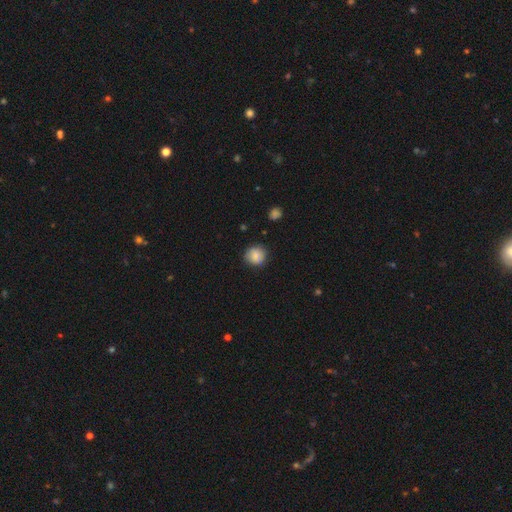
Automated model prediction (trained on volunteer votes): Q: Smooth or featured?
A: smooth (85%); runner-up: star or artifact (9%)
Q: How rounded?
A: round (88%); runner-up: in between (11%)
Q: Merging?
A: none (82%); runner-up: minor disturbance (14%)